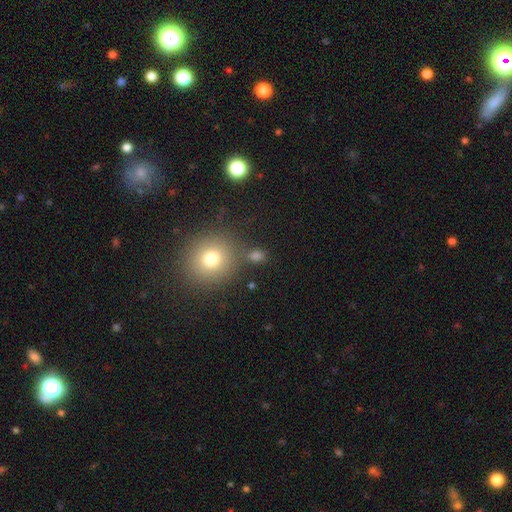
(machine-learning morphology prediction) smooth-or-featured: smooth: 67% | star or artifact: 24% | featured or disk: 9%
  how-rounded: round: 75% | in between: 22% | cigar-shaped: 2%
  merging: none: 77% | minor disturbance: 9% | merger: 9% | major disturbance: 4%